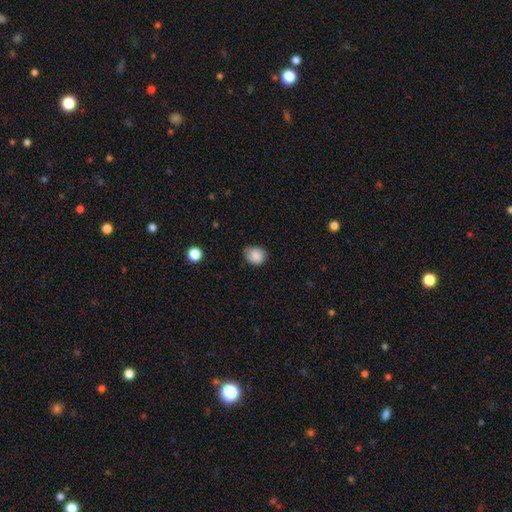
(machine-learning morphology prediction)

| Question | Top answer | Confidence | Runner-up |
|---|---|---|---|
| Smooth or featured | smooth | 86% | star or artifact (9%) |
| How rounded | round | 64% | in between (35%) |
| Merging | none | 73% | minor disturbance (22%) |